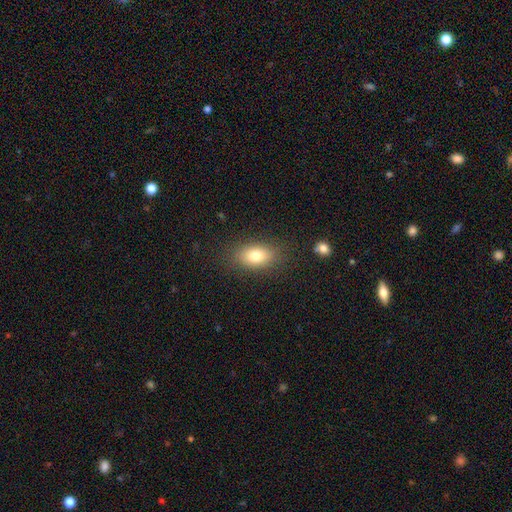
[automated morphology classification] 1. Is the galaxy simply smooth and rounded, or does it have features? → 79% smooth, 12% featured or disk, 9% star or artifact.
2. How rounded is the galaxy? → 86% in between, 11% round, 3% cigar-shaped.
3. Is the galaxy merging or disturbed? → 84% none, 11% minor disturbance, 4% major disturbance, 2% merger.